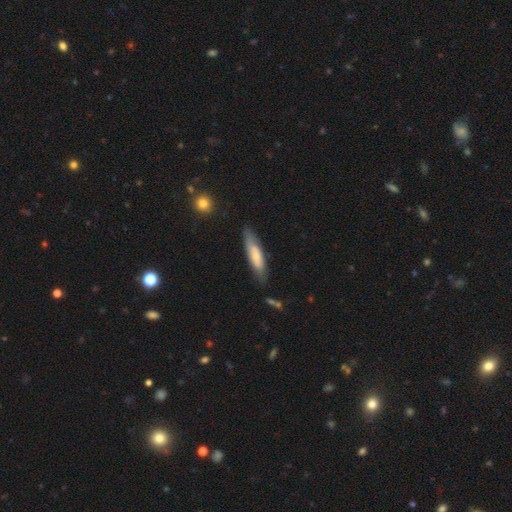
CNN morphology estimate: smooth-or-featured: smooth: 63% | featured or disk: 31% | star or artifact: 6%
  how-rounded: cigar-shaped: 69% | in between: 29% | round: 1%
  merging: none: 74% | minor disturbance: 19% | major disturbance: 5% | merger: 2%